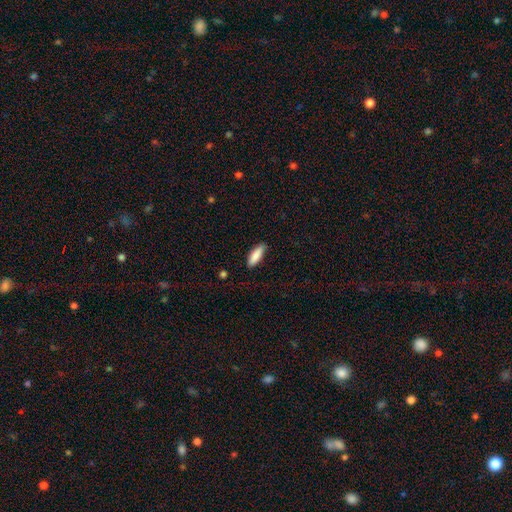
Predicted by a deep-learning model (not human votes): This appears to be a smooth galaxy with no disk features (87%) that is in between round and cigar-shaped (60%). Merging: none (81%).